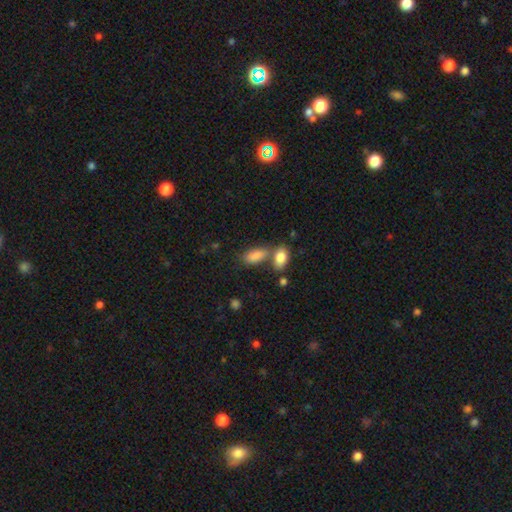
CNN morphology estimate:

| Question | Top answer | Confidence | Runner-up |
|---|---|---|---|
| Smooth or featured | smooth | 85% | star or artifact (8%) |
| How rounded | in between | 88% | cigar-shaped (7%) |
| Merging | none | 48% | merger (33%) |